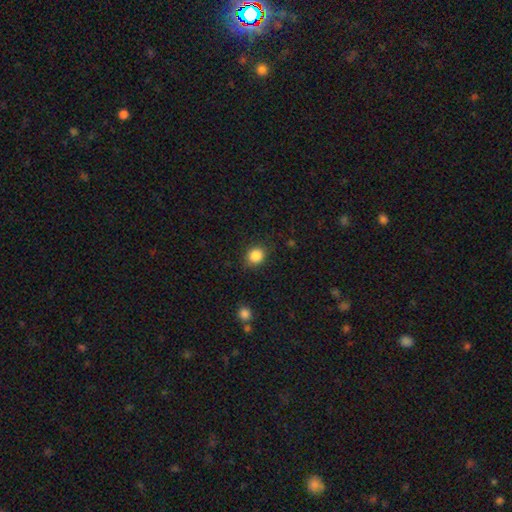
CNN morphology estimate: type=smooth (86%); roundness=round (70%); merging=none (84%).